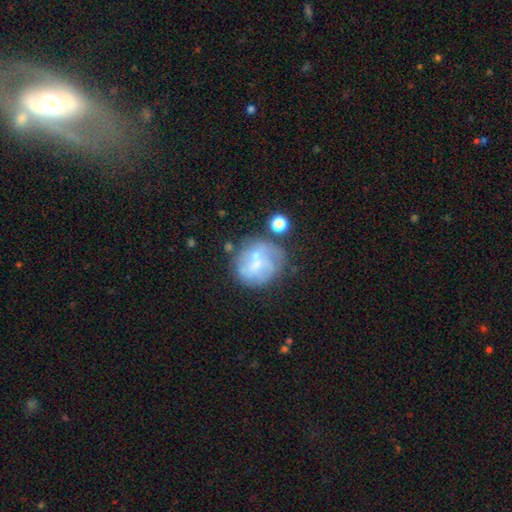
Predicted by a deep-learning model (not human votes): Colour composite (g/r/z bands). It shows a smooth galaxy with no disk features (49%). Merging: none (49%).